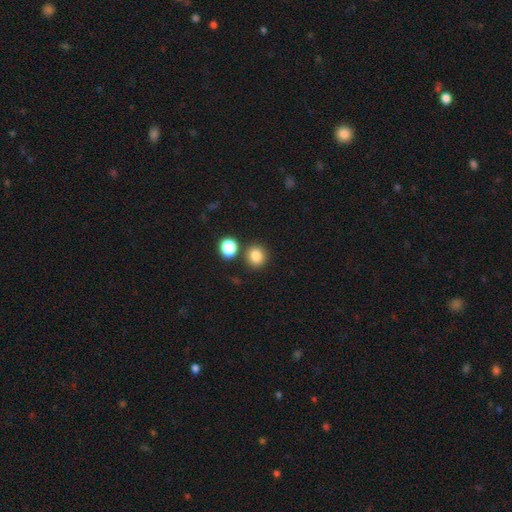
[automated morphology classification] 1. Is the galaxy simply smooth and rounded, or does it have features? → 83% smooth, 12% star or artifact, 5% featured or disk.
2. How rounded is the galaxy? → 84% round, 15% in between, 1% cigar-shaped.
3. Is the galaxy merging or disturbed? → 82% none, 8% merger, 8% minor disturbance, 3% major disturbance.